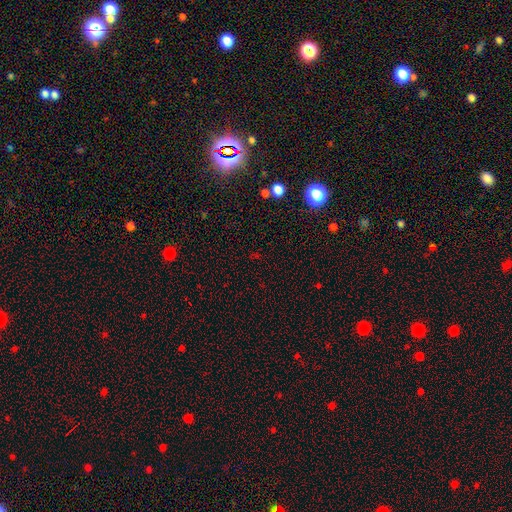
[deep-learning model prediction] Smooth or featured?
  - star or artifact: 62% *
  - smooth: 30%
  - featured or disk: 8%